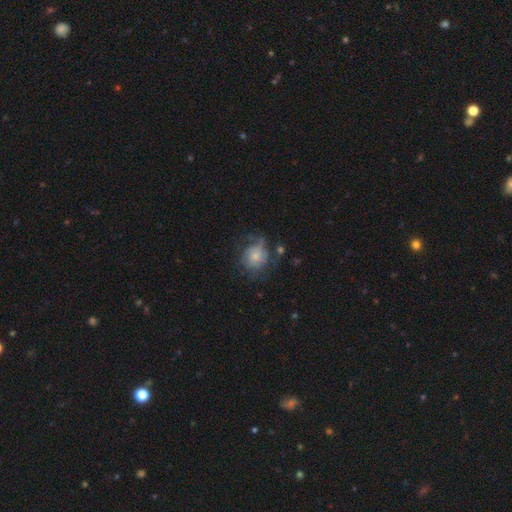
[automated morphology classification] Overall: smooth (53%; featured or disk 38%). How rounded: round (70%). Merging: none (43%; minor disturbance 27%).